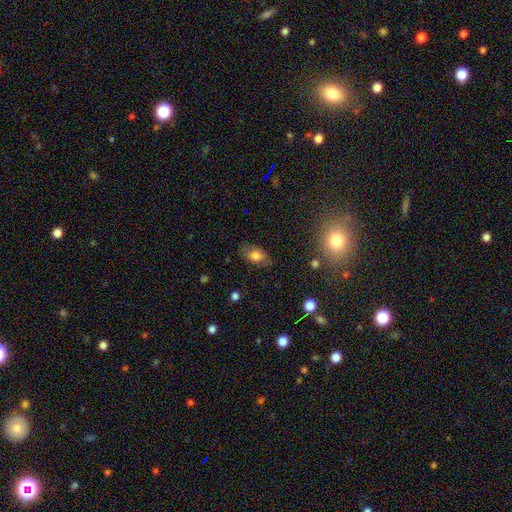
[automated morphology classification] A smooth galaxy with no disk features (73%) that is in between round and cigar-shaped (87%). Merging: none (78%).